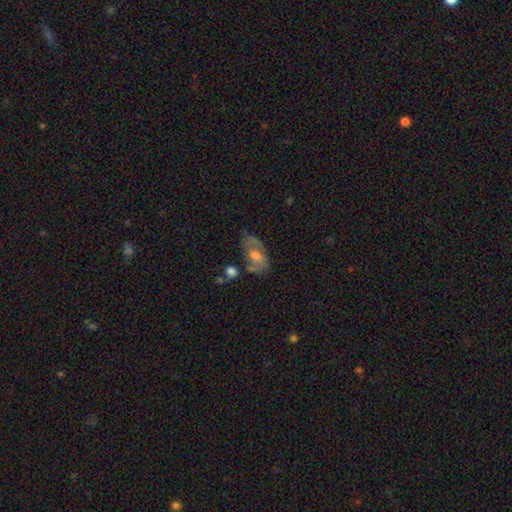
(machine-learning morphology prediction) smooth_or_featured: featured or disk (p=0.61) [alt: smooth p=0.31]
disk_edge_on: no (p=0.93) [alt: yes p=0.07]
bar: no (p=0.53) [alt: weak p=0.37]
has_spiral_arms: yes (p=0.65) [alt: no p=0.35]
bulge_size: moderate (p=0.62) [alt: large p=0.18]
merging: none (p=0.62) [alt: minor disturbance p=0.20]